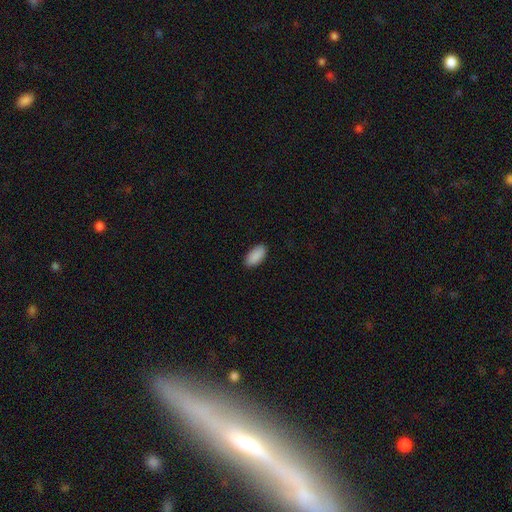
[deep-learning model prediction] This appears to be a smooth galaxy with no disk features (91%) that is in between round and cigar-shaped (94%). Merging: none (88%).